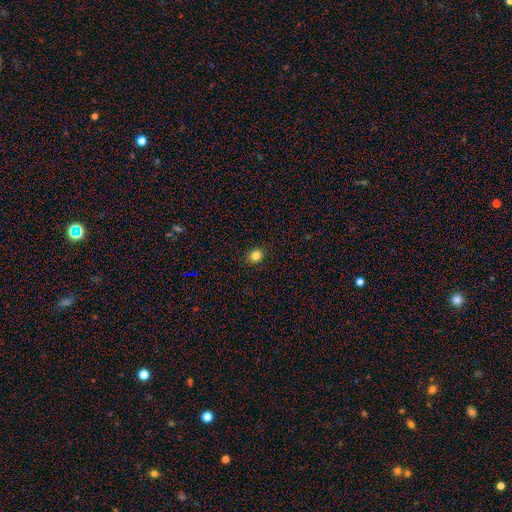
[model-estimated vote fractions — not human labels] smooth 83%, star or artifact 12%, featured or disk 5%. Down the decision tree: how rounded — round (73%); merging — none (91%).